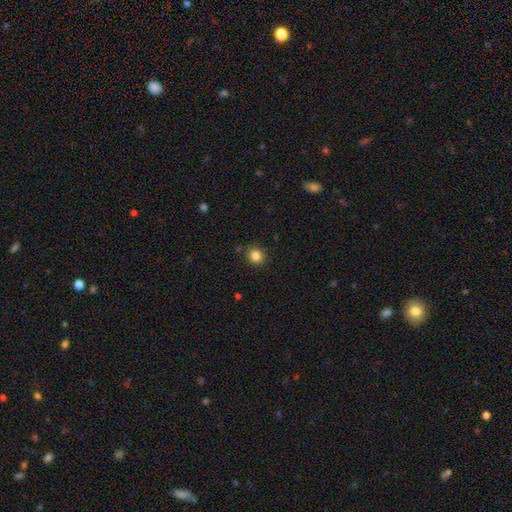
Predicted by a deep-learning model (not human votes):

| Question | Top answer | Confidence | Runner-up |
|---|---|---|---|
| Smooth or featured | smooth | 84% | star or artifact (11%) |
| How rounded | round | 86% | in between (13%) |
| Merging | none | 88% | minor disturbance (8%) |